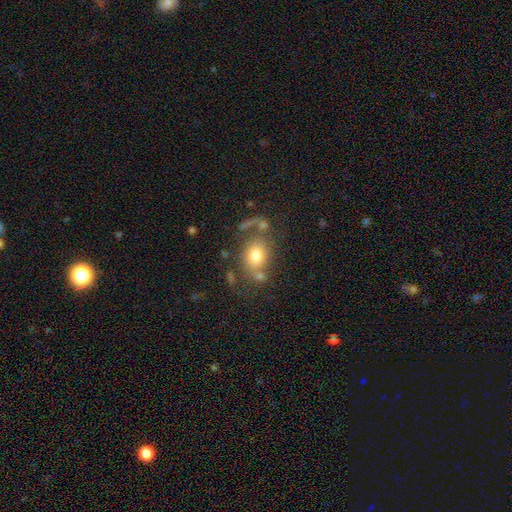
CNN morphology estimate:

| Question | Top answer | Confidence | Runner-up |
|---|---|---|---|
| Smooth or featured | smooth | 71% | featured or disk (18%) |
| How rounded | in between | 60% | round (39%) |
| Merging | none | 56% | minor disturbance (16%) |